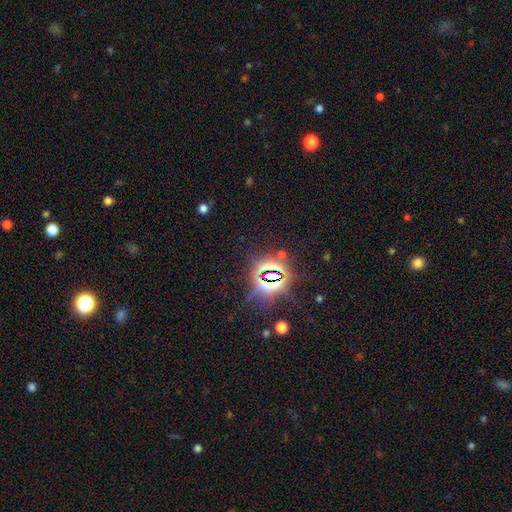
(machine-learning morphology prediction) type=star or artifact (82%).